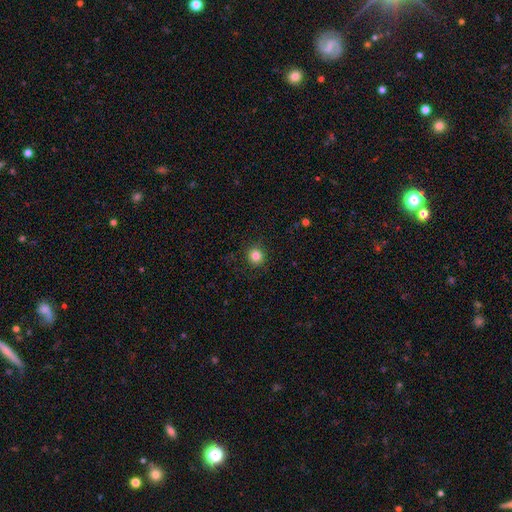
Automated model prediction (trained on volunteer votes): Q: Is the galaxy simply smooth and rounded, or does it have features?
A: smooth — 84%.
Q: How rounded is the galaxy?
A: round — 93%.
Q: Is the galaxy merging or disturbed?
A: none — 89%.